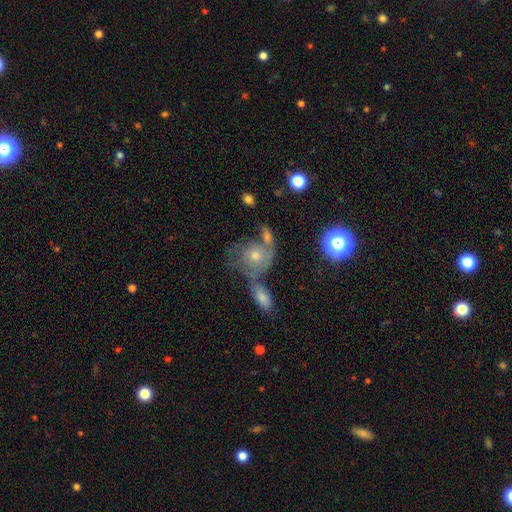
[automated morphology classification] The model was most divided on "merging": none: 37%, merger: 36%, minor disturbance: 15%, major disturbance: 13%. More confident: edge-on disk — no (96%); bar — no (81%); spiral arms — yes (80%); smooth or featured — featured or disk (59%); bulge size — moderate (54%).